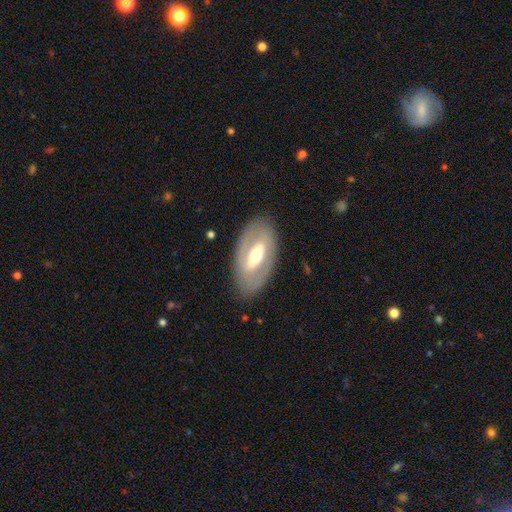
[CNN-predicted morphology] This appears to be a featured or disk galaxy (64%) with a strong bar (43%), no spiral arms (68%) and a moderate central bulge (64%). Merging: none (82%).